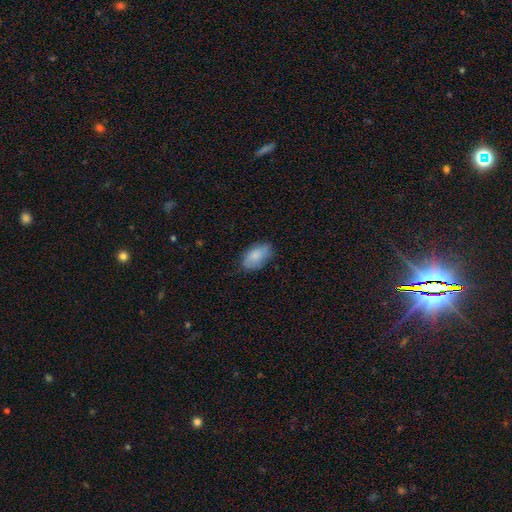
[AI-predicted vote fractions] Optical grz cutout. It shows a smooth galaxy with no disk features (82%) that is in between round and cigar-shaped (93%). Merging: none (77%).